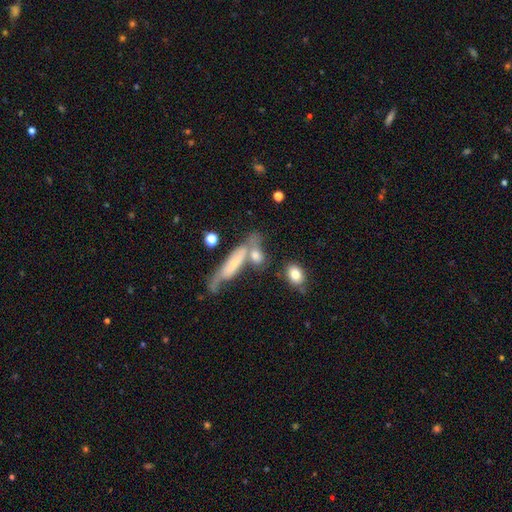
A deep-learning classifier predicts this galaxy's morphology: Smooth or featured: smooth — 62% (featured or disk — 29%)
How rounded: in between — 50% (cigar-shaped — 35%)
Merging: merger — 41% (none — 33%)